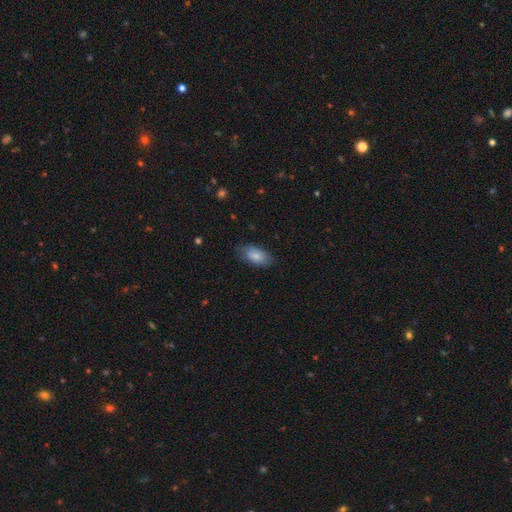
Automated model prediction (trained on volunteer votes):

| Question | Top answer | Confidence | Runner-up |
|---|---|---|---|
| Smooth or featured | smooth | 82% | featured or disk (12%) |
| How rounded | in between | 92% | cigar-shaped (5%) |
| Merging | none | 77% | minor disturbance (18%) |